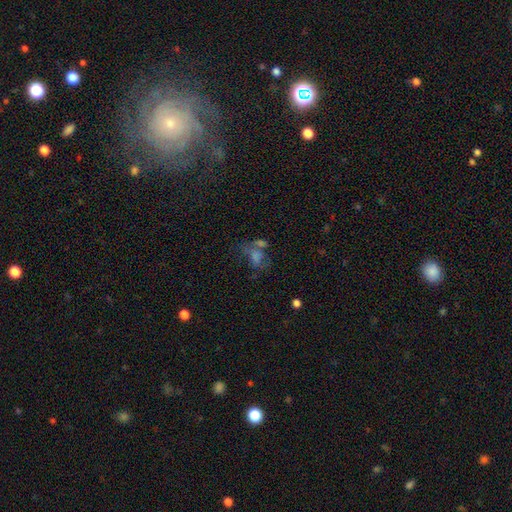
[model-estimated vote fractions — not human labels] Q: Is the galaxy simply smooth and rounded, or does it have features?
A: featured or disk — 35%.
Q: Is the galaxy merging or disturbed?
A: none — 36%.